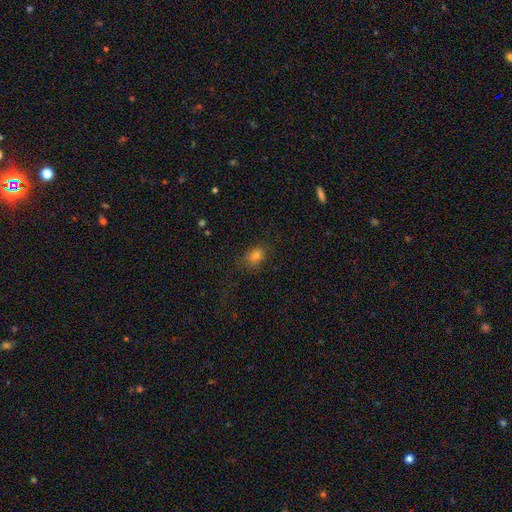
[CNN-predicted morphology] Overall: smooth (76%). How rounded: in between (60%; round 39%). Merging: none (76%).